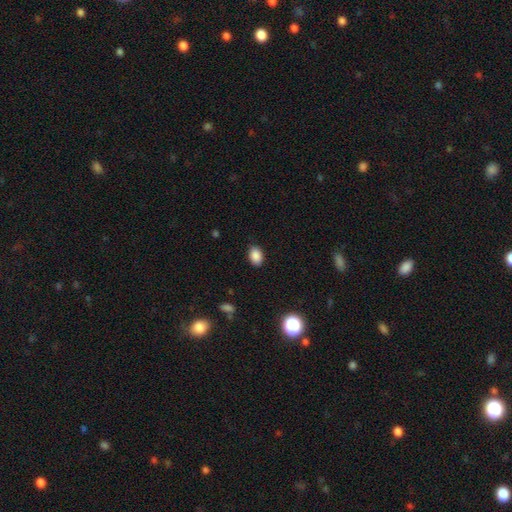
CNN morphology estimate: This appears to be a smooth galaxy with no disk features (87%) that is in between round and cigar-shaped (79%). Merging: none (87%).